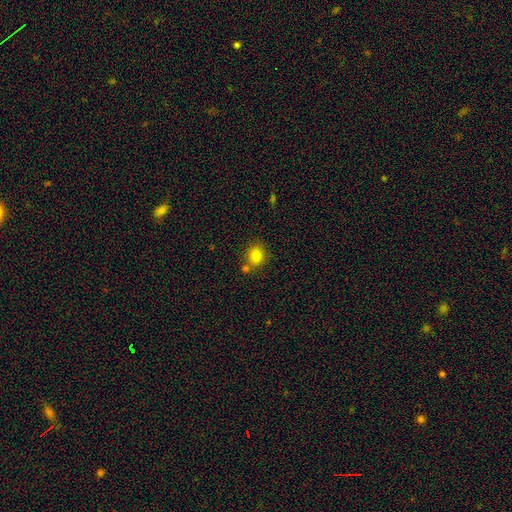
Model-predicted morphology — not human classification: A smooth galaxy with no disk features (82%) that is round (67%). Merging: none (66%).